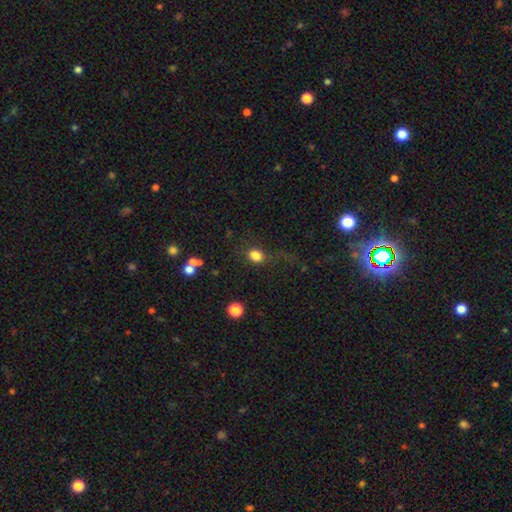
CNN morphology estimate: This is clearly a smooth galaxy (82%). How rounded: likely in between (62%). Merging: possibly none (53%).